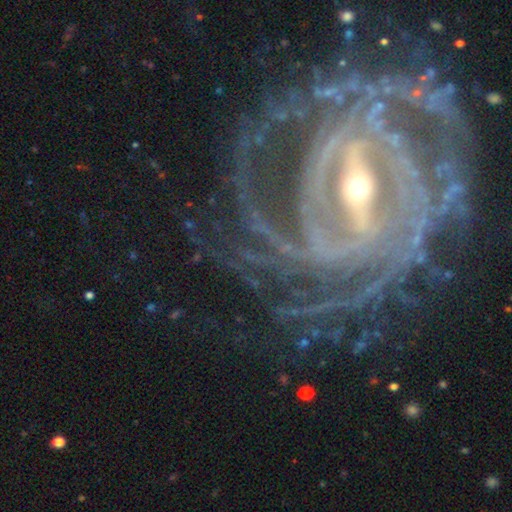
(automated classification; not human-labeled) The model was most divided on "spiral arm count": more than 4: 24%, 4: 22%, can't tell: 19%, 3: 14%, 2: 13%, 1: 8%. More confident: spiral arms — yes (97%); edge-on disk — no (95%); smooth or featured — featured or disk (91%); bar — strong (73%); spiral winding — tight (73%); merging — none (72%); bulge size — small (64%).